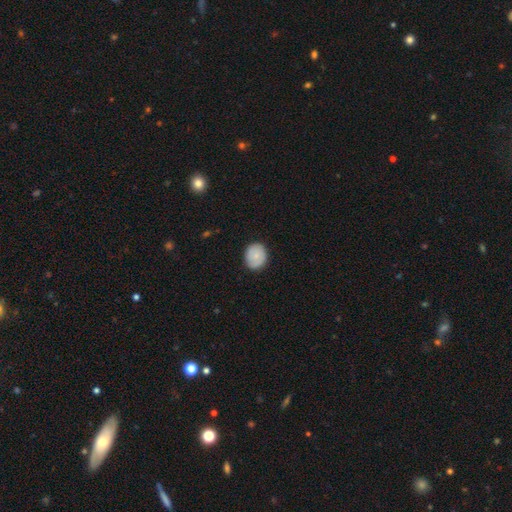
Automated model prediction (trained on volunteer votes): smooth_or_featured: smooth (p=0.82) [alt: featured or disk p=0.11]
how_rounded: round (p=0.68) [alt: in between p=0.31]
merging: none (p=0.85) [alt: minor disturbance p=0.12]